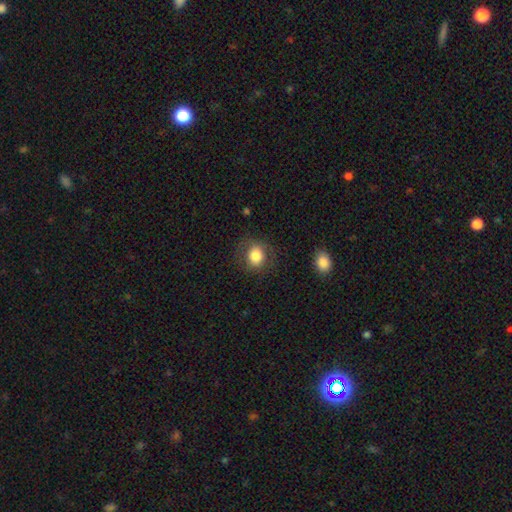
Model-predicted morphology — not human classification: This is clearly a smooth galaxy (81%). How rounded: likely round (69%). Merging: likely none (79%).